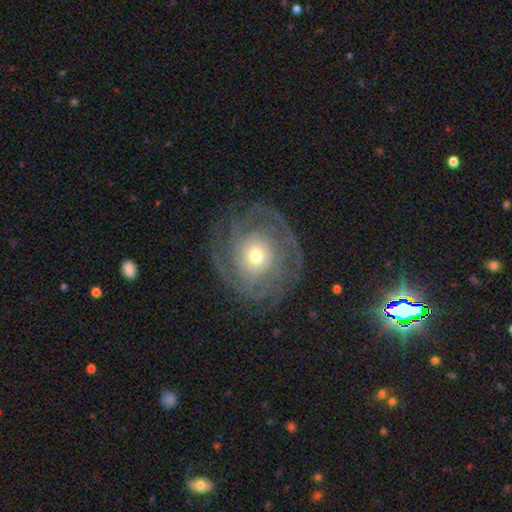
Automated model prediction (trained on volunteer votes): A featured or disk galaxy (82%) with no bar (81%), tight (71%) spiral arms (92%) and a moderate central bulge (57%). Merging: none (77%).